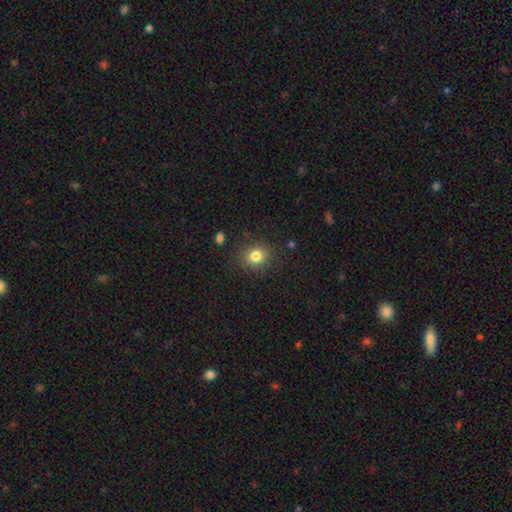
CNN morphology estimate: smooth 82%, star or artifact 12%, featured or disk 6%. Down the decision tree: how rounded — round (77%); merging — none (86%).